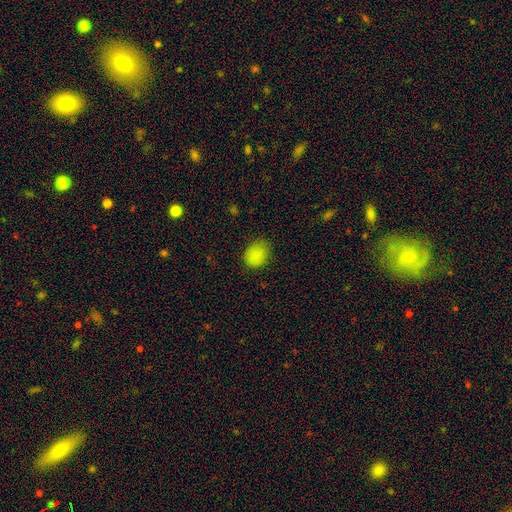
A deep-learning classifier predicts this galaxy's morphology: A smooth galaxy with no disk features (86%) that is in between round and cigar-shaped (55%).

Vote fractions:
- Smooth or featured? smooth: 86% / star or artifact: 10% / featured or disk: 5%
- How rounded? in between: 55% / round: 44% / cigar-shaped: 1%
- Merging? none: 74% / minor disturbance: 21% / major disturbance: 5% / merger: 1%